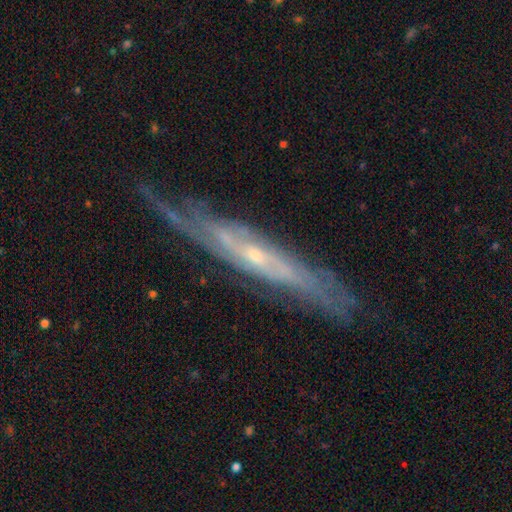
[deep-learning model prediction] Smooth or featured? featured or disk (83%)
Edge-on disk? yes (56%)
Merging? none (70%)